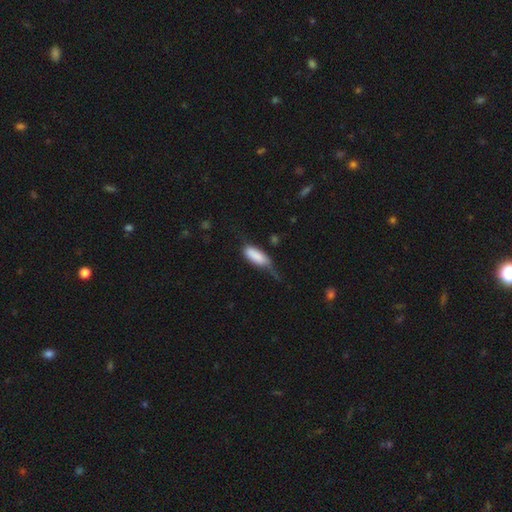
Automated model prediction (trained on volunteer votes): Overall: smooth (81%). How rounded: in between (75%). Merging: minor disturbance (40%; major disturbance 28%).